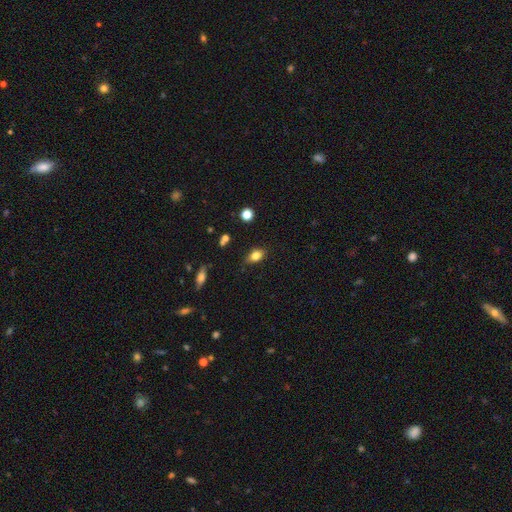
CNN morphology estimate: Overall: smooth (79%). How rounded: in between (80%). Merging: none (79%).